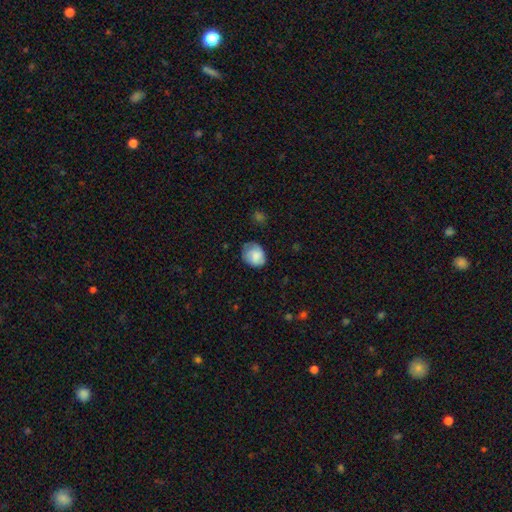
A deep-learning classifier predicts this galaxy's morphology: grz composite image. It shows a smooth galaxy with no disk features (78%) that is round (53%). Merging: none (58%).